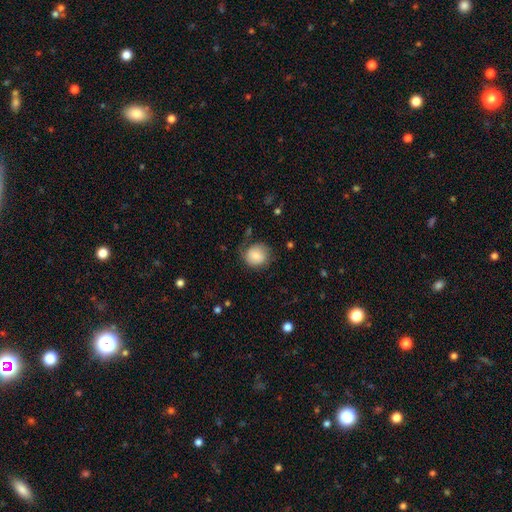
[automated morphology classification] Smooth or featured? smooth (74%)
How rounded? round (79%)
Merging? none (64%)